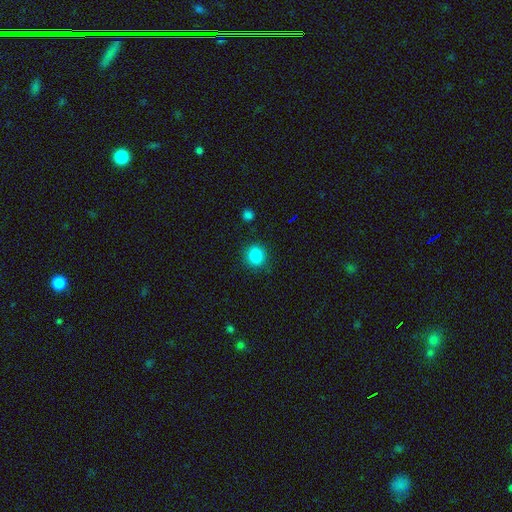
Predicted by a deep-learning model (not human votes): smooth-or-featured: smooth: 85% | star or artifact: 11% | featured or disk: 5%
  how-rounded: round: 83% | in between: 16% | cigar-shaped: 1%
  merging: none: 89% | minor disturbance: 7% | major disturbance: 2% | merger: 1%